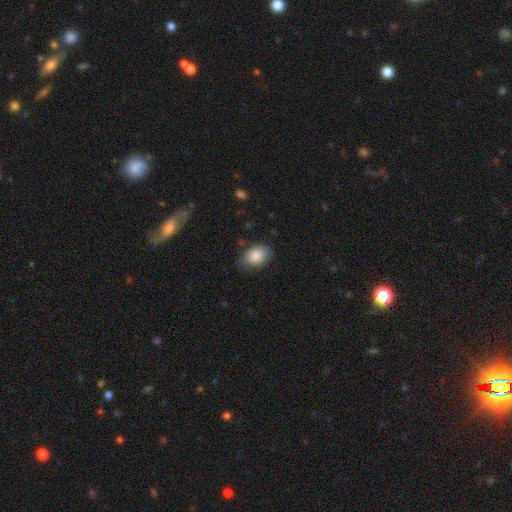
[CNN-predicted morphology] This appears to be a smooth galaxy with no disk features (86%) that is in between round and cigar-shaped (84%). Merging: none (67%).